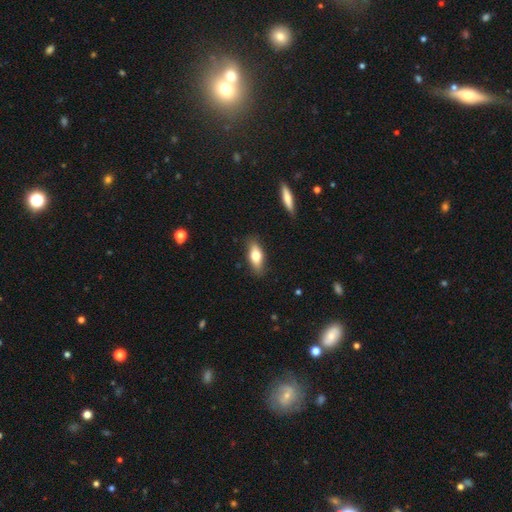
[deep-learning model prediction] Q: Smooth or featured?
A: smooth (69%); runner-up: featured or disk (24%)
Q: How rounded?
A: in between (73%); runner-up: cigar-shaped (24%)
Q: Merging?
A: none (85%); runner-up: minor disturbance (11%)